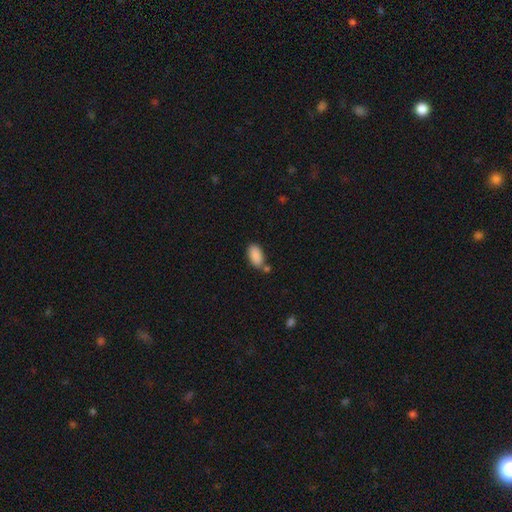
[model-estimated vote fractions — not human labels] This appears to be a smooth galaxy with no disk features (89%) that is in between round and cigar-shaped (94%). Merging: none (68%).